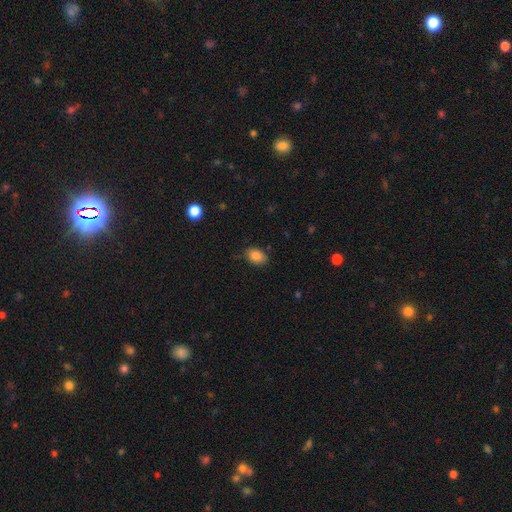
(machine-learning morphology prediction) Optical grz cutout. It shows a smooth galaxy with no disk features (86%) that is in between round and cigar-shaped (82%). Merging: none (77%).